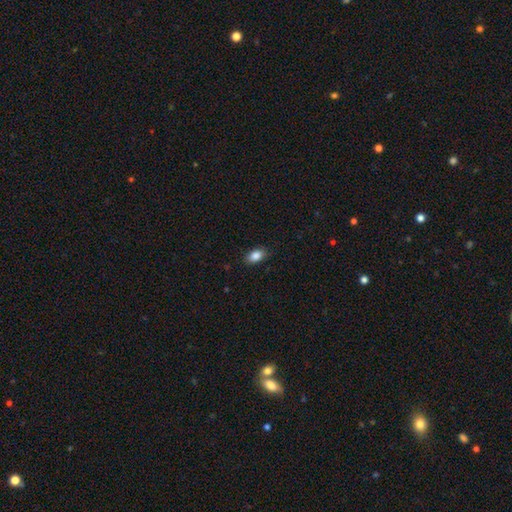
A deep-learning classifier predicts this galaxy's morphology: smooth_or_featured: smooth (p=0.86) [alt: star or artifact p=0.08]
how_rounded: in between (p=0.89) [alt: round p=0.09]
merging: none (p=0.86) [alt: minor disturbance p=0.11]